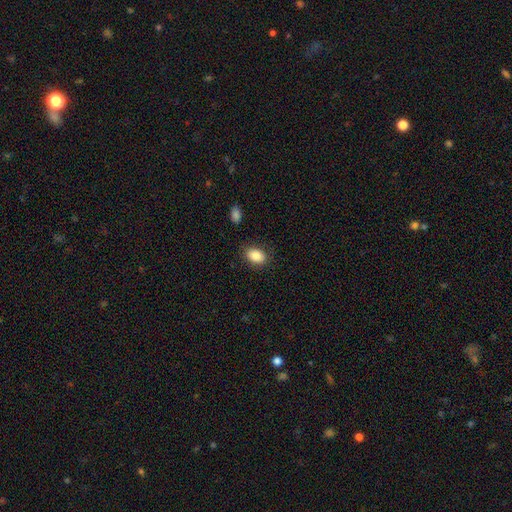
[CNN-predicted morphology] Smooth or featured? Predicted: smooth (p=0.86). How rounded? Predicted: in between (p=0.83). Merging? Predicted: none (p=0.85).